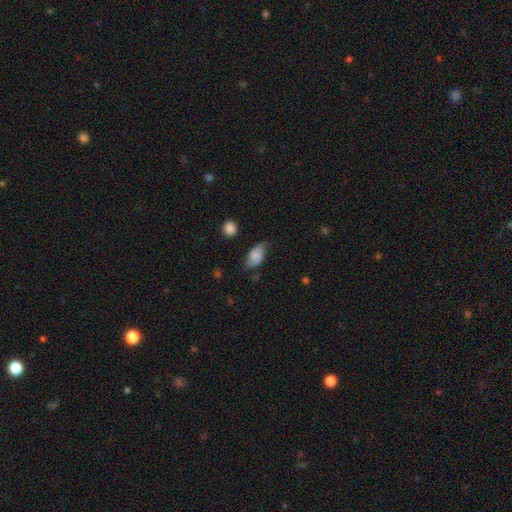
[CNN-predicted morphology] smooth 71%, featured or disk 21%, star or artifact 8%. Down the decision tree: how rounded — in between (91%); merging — none (54%).